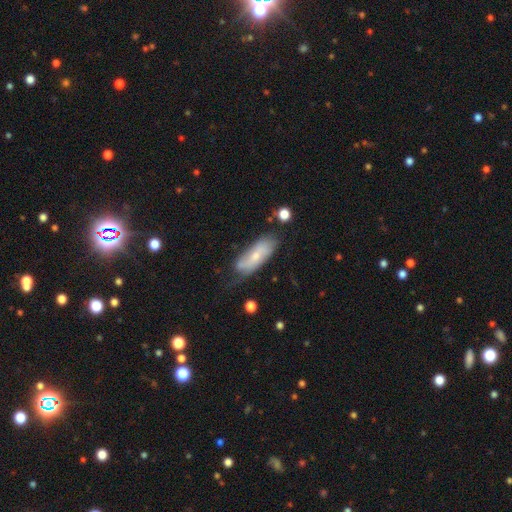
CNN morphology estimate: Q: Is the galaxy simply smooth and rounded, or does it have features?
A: smooth — 52%.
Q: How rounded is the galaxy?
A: in between — 66%.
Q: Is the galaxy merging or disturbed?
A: none — 56%.